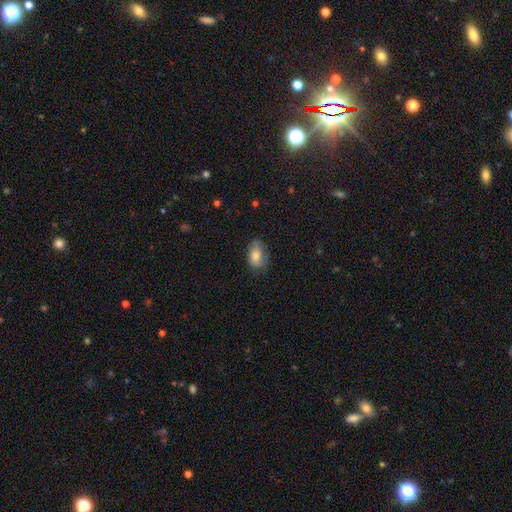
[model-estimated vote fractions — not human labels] smooth 79%, featured or disk 13%, star or artifact 8%. Down the decision tree: how rounded — in between (88%); merging — none (61%).